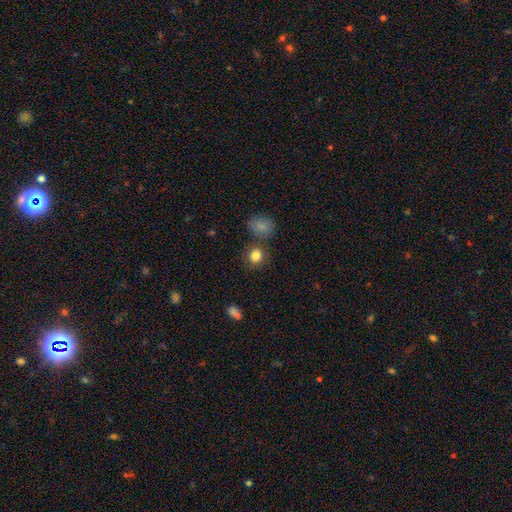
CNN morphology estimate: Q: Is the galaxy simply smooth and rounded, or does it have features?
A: smooth — 84%.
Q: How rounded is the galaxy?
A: round — 81%.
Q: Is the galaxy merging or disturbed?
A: none — 76%.